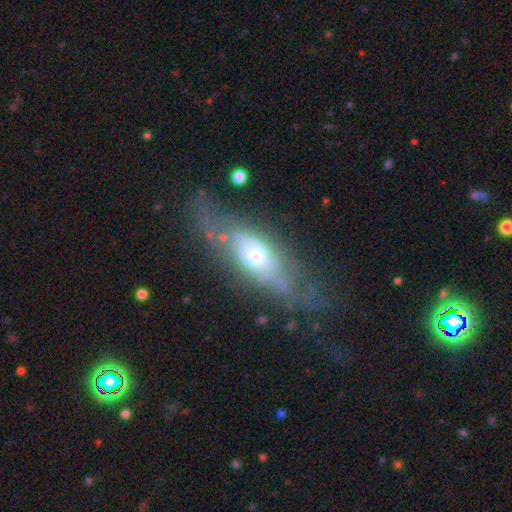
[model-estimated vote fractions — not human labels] Overall: featured or disk (63%; smooth 29%). Edge-on disk: no (63%; yes 37%). Merging: none (53%; minor disturbance 23%).